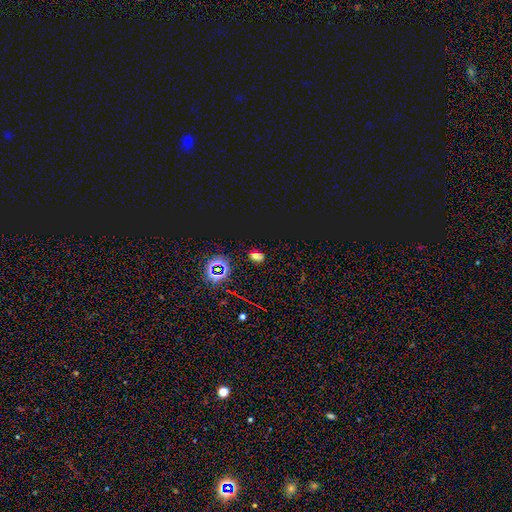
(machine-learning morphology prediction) smooth-or-featured: star or artifact: 49% | smooth: 41% | featured or disk: 9%